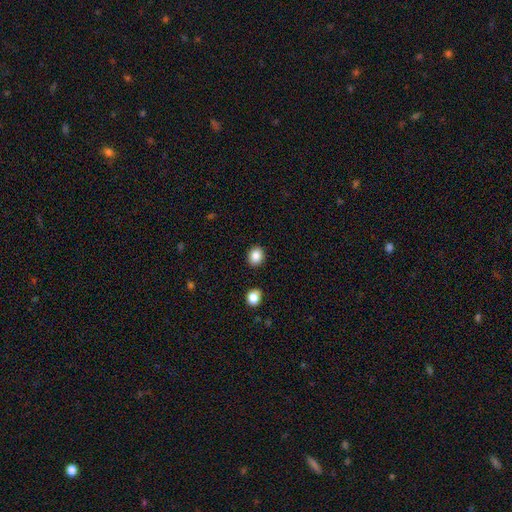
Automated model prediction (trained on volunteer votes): smooth 86%, star or artifact 9%, featured or disk 4%. Down the decision tree: how rounded — round (60%); merging — none (88%).